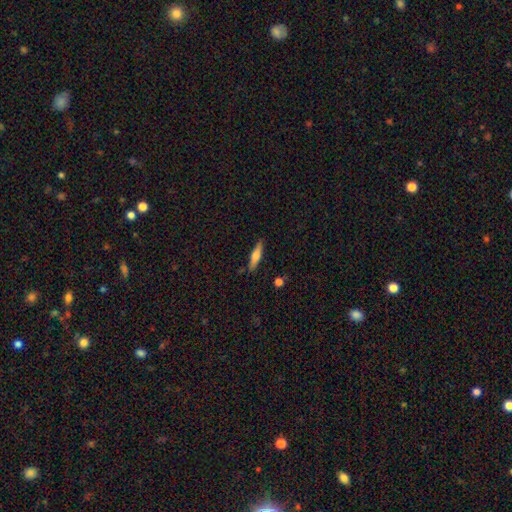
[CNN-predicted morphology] A smooth galaxy with no disk features (49%).

Vote fractions:
- Smooth or featured? smooth: 49% / featured or disk: 44% / star or artifact: 6%
- Merging? none: 86% / minor disturbance: 10% / major disturbance: 2% / merger: 2%